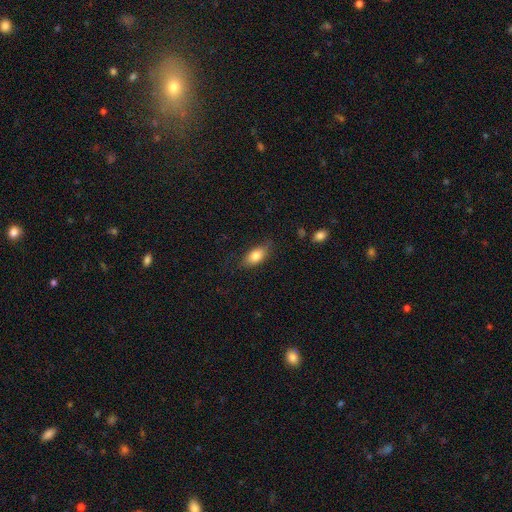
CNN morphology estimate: A smooth galaxy with no disk features (81%) that is in between round and cigar-shaped (88%). Merging: none (76%).